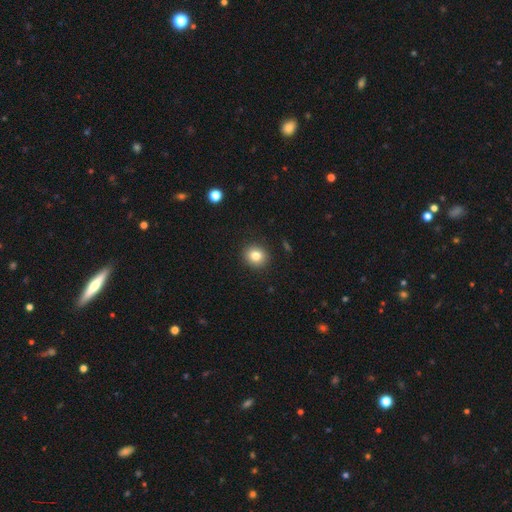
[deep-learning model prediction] smooth 81%, star or artifact 11%, featured or disk 8%. Down the decision tree: how rounded — round (82%); merging — none (91%).